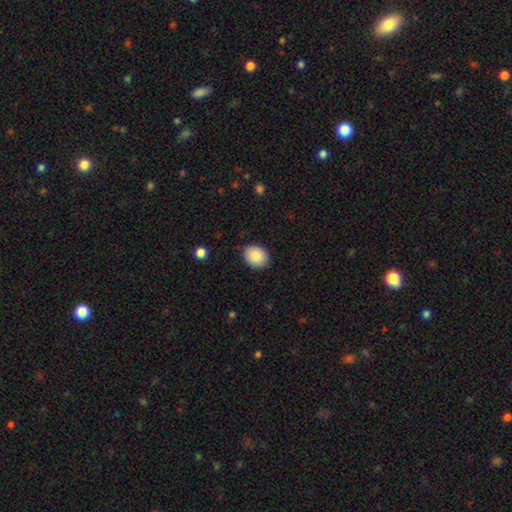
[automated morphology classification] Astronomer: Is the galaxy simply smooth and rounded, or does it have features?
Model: smooth — 89%.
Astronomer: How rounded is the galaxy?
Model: in between — 57% (runner-up: round, 42%).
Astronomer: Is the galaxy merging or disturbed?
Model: none — 87%.